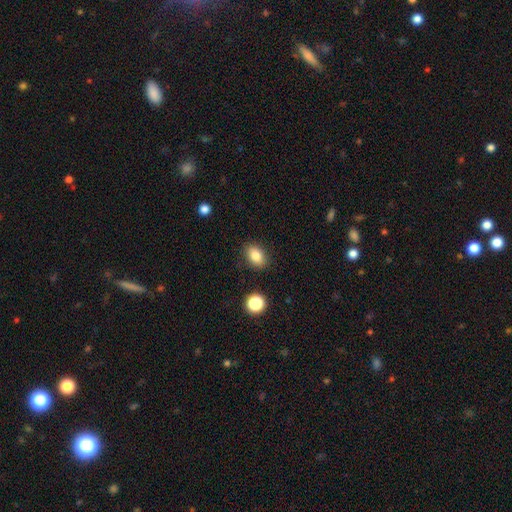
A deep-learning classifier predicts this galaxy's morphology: A smooth galaxy with no disk features (84%) that is in between round and cigar-shaped (80%).

Vote fractions:
- Smooth or featured? smooth: 84% / star or artifact: 9% / featured or disk: 7%
- How rounded? in between: 80% / round: 19% / cigar-shaped: 2%
- Merging? none: 87% / minor disturbance: 9% / major disturbance: 3% / merger: 2%